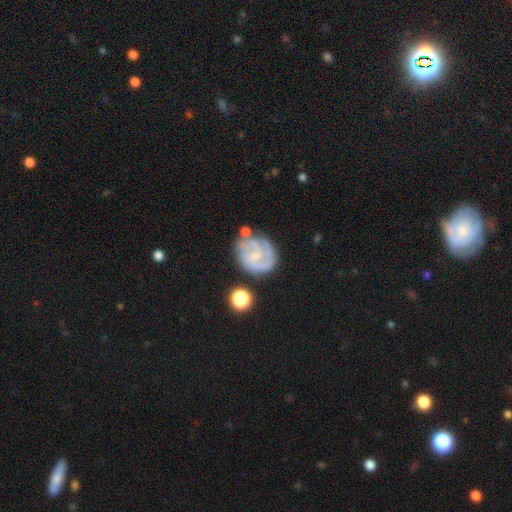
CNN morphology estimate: This is likely a featured or disk galaxy (76%). It is clearly not viewed edge-on (98%). Bar: possibly no (57%). Spiral arm pattern: clearly yes (91%). Spiral arm count: marginally 2 (36%). Spiral winding: possibly tight (51%). Central bulge: likely small (65%). Merging: likely none (63%).